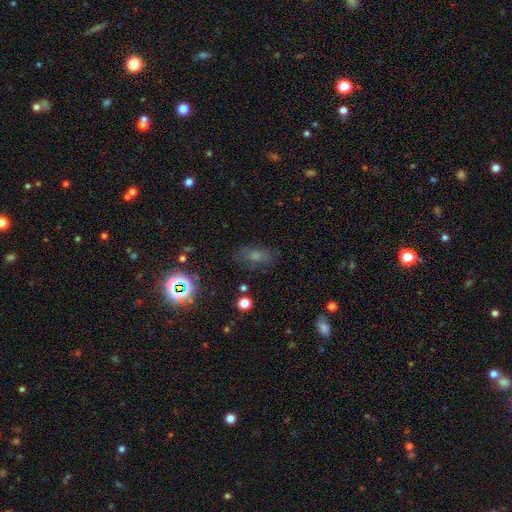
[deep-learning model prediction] This appears to be a smooth galaxy with no disk features (46%). Merging: none (76%).